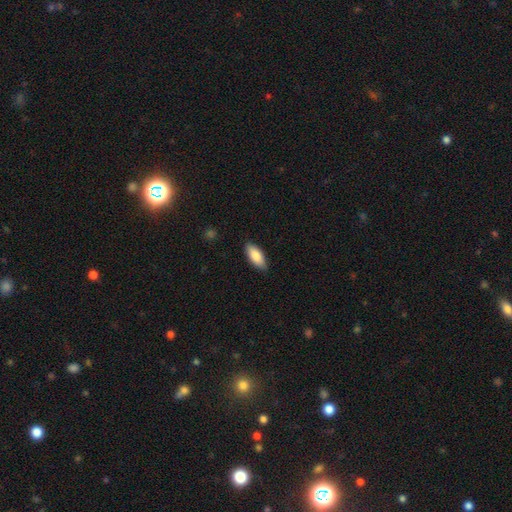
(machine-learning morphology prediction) Smooth or featured? smooth (85%)
How rounded? in between (82%)
Merging? none (88%)